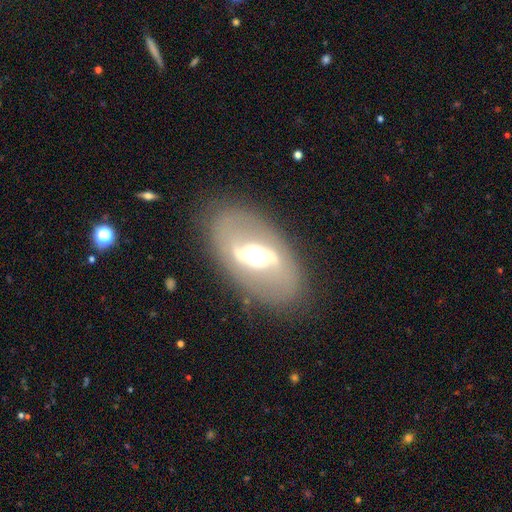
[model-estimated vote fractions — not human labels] Smooth or featured? featured or disk (73%)
Edge-on disk? no (90%)
Bar? strong (49%)
Spiral arms? yes (58%)
Bulge size? moderate (54%)
Merging? none (80%)